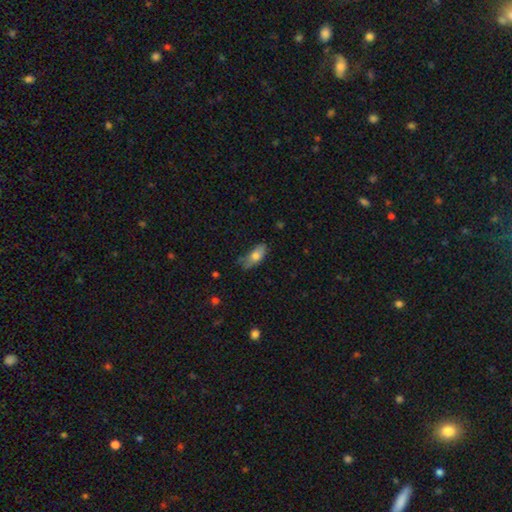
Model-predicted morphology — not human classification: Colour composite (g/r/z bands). It shows a smooth galaxy with no disk features (70%) that is in between round and cigar-shaped (80%). Merging: none (46%).